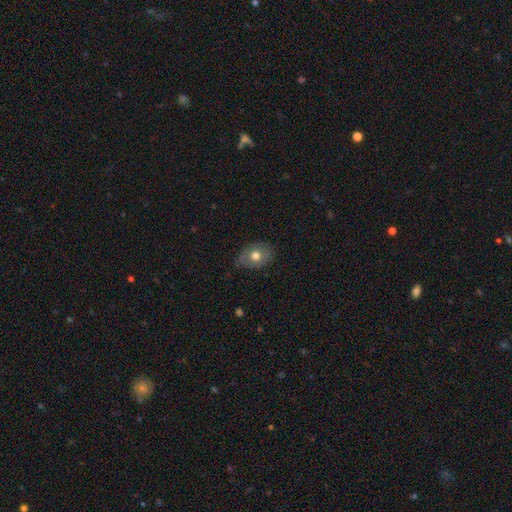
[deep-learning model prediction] This appears to be a smooth galaxy with no disk features (68%) that is in between round and cigar-shaped (66%). Merging: none (68%).